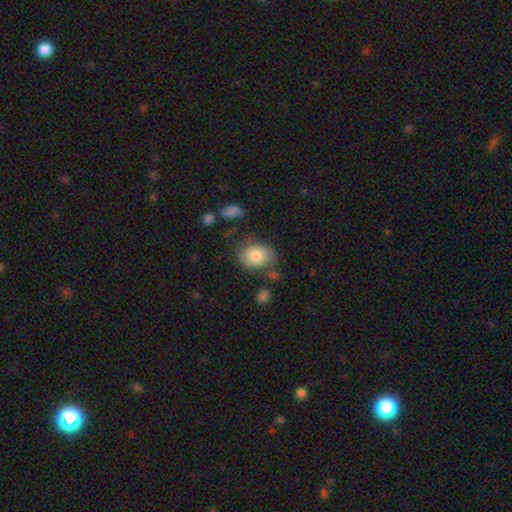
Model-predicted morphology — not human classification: Q: Smooth or featured?
A: smooth (81%); runner-up: featured or disk (12%)
Q: How rounded?
A: in between (63%); runner-up: round (36%)
Q: Merging?
A: none (63%); runner-up: minor disturbance (22%)